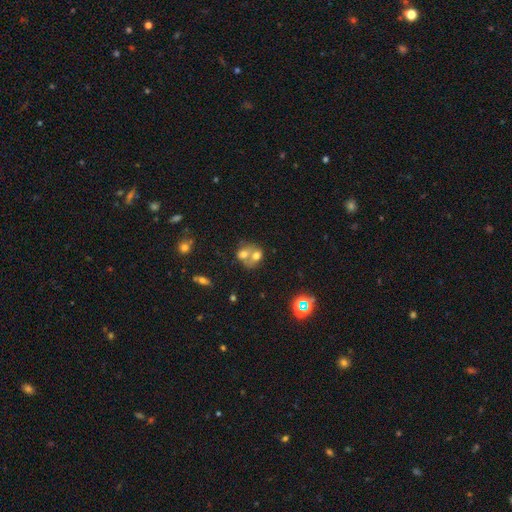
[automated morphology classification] This is possibly a smooth galaxy (58%). How rounded: possibly round (60%). Merging: likely merger (70%).